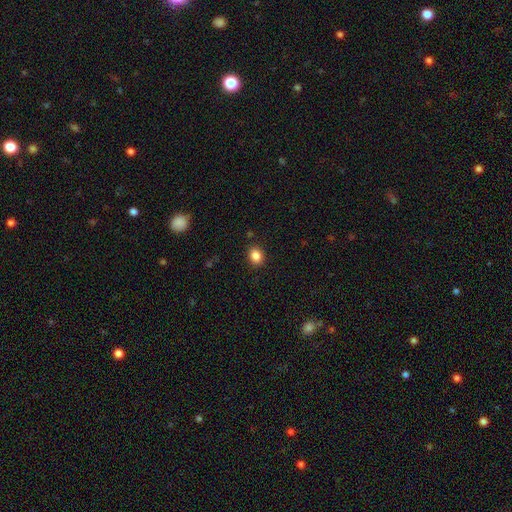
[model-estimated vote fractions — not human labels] The model was most divided on "how rounded": round: 55%, in between: 44%, cigar-shaped: 1%. More confident: merging — none (89%); smooth or featured — smooth (86%).